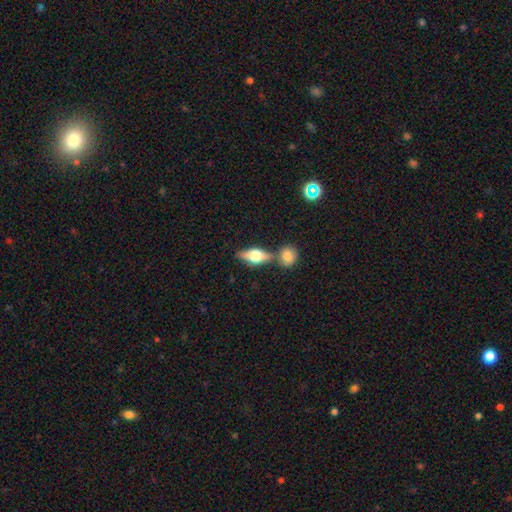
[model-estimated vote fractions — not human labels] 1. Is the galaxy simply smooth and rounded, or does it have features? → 48% featured or disk, 44% smooth, 8% star or artifact.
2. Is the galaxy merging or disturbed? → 64% none, 22% merger, 10% minor disturbance, 4% major disturbance.